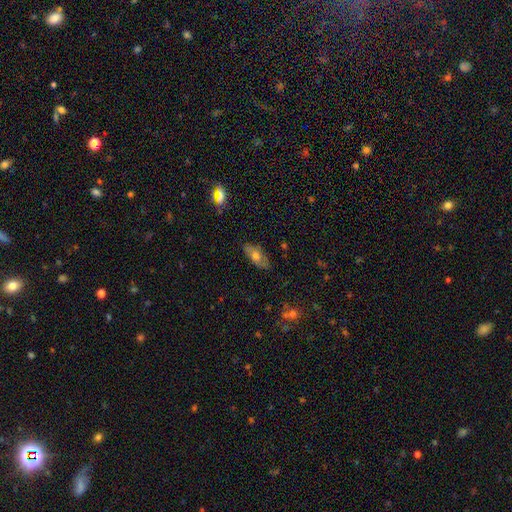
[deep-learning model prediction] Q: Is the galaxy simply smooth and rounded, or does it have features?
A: smooth — 60%.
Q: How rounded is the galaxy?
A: in between — 83%.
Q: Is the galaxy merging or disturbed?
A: none — 80%.